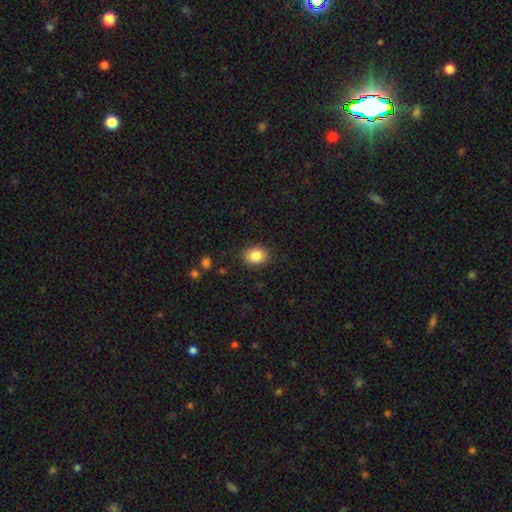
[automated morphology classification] This appears to be a smooth galaxy with no disk features (86%) that is in between round and cigar-shaped (56%). Merging: none (86%).